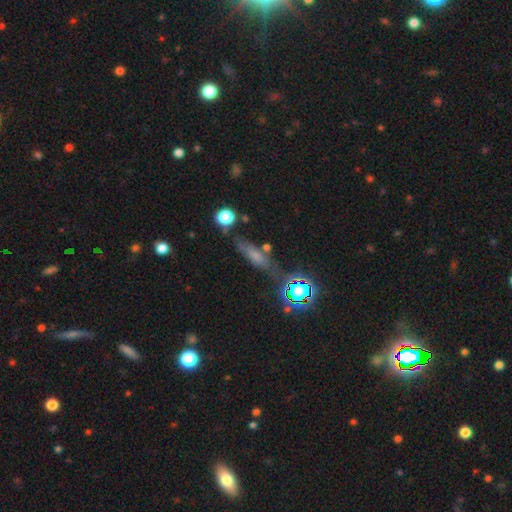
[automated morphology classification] Smooth or featured? Predicted: smooth (p=0.55). How rounded? Predicted: cigar-shaped (p=0.60). Merging? Predicted: none (p=0.68).